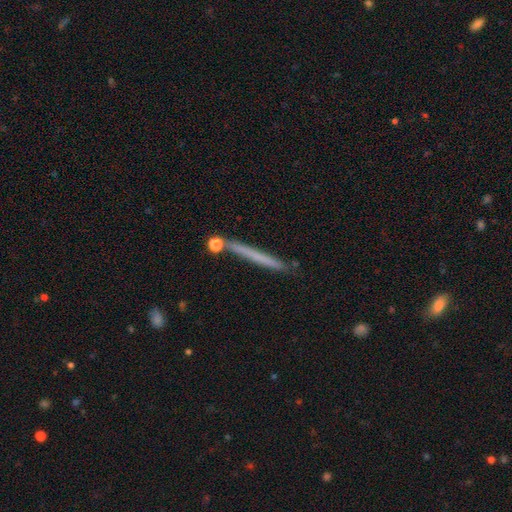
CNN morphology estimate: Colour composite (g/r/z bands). It shows a smooth galaxy with no disk features (53%) that is cigar-shaped (96%). Merging: none (83%).